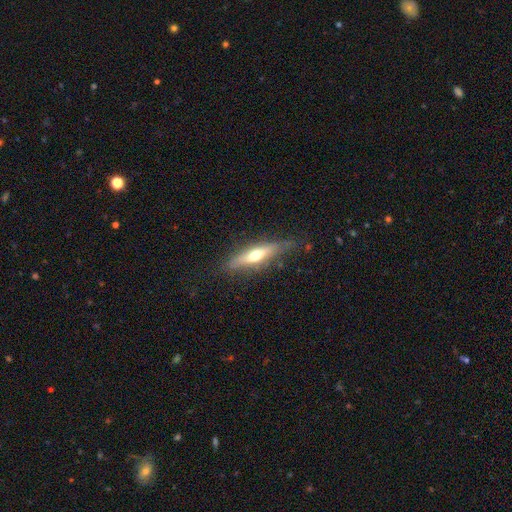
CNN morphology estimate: This appears to be a featured or disk galaxy (55%) viewed edge-on (88%). Merging: none (77%).